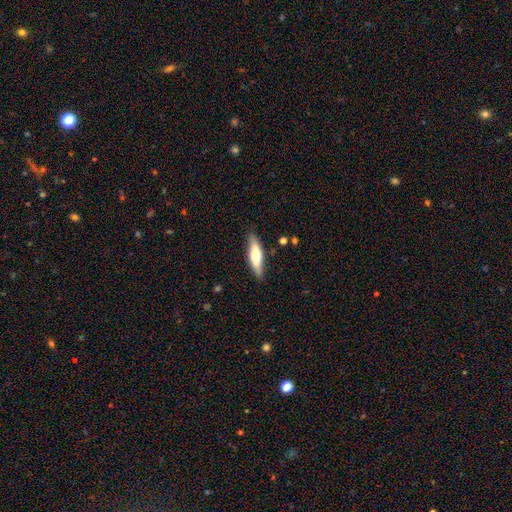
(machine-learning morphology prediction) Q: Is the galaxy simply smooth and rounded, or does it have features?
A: smooth — 63%.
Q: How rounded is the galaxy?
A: cigar-shaped — 65%.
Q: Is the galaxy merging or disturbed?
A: none — 83%.